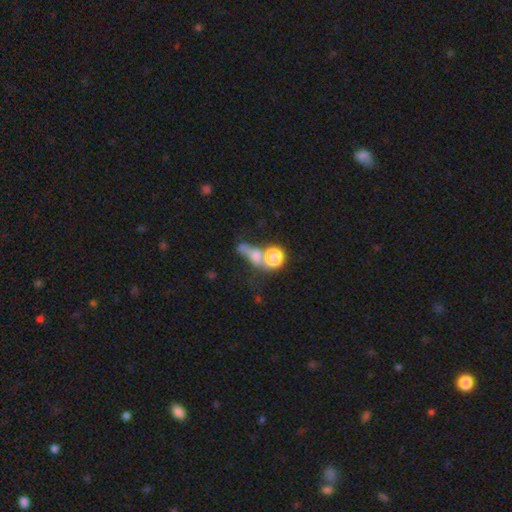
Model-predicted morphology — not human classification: smooth_or_featured: smooth (p=0.59) [alt: star or artifact p=0.22]
how_rounded: round (p=0.52) [alt: in between p=0.33]
merging: merger (p=0.37) [alt: none p=0.33]